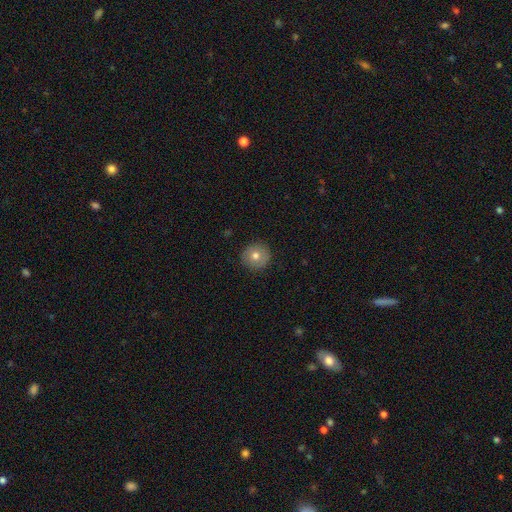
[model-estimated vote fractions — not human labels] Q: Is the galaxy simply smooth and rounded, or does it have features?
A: smooth — 75%.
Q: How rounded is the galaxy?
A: round — 94%.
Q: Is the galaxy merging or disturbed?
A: none — 90%.